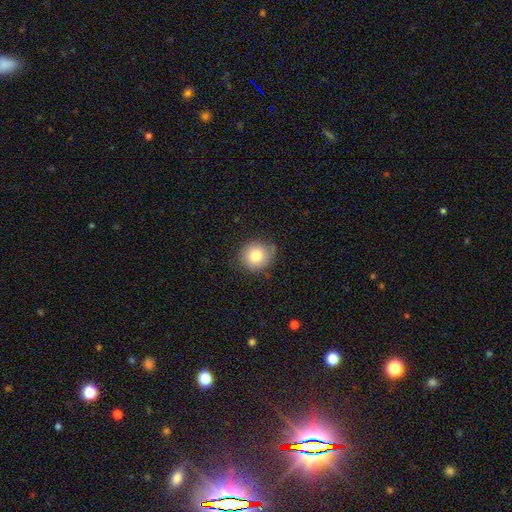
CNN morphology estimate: This is likely a smooth galaxy (79%). How rounded: clearly round (85%). Merging: likely none (75%).